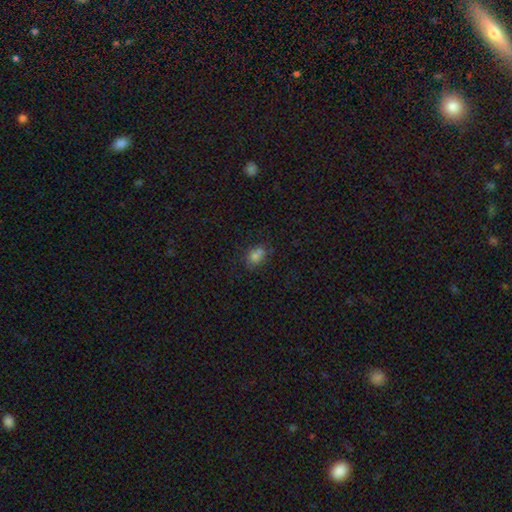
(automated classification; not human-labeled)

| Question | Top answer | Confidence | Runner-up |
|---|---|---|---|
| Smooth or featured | smooth | 71% | star or artifact (15%) |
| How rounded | in between | 51% | round (48%) |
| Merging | none | 51% | merger (29%) |